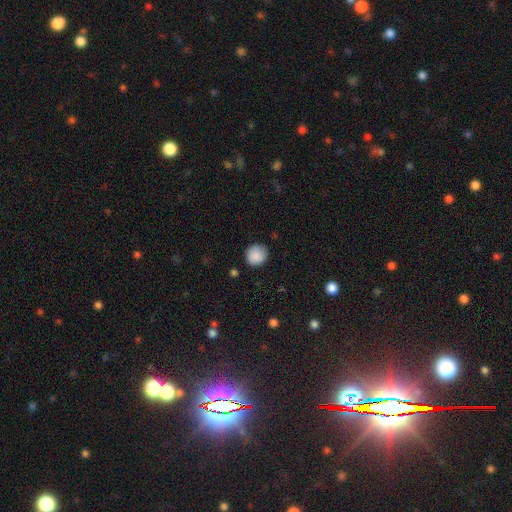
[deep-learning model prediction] The model was most divided on "merging": none: 84%, minor disturbance: 12%, major disturbance: 2%, merger: 1%. More confident: how rounded — round (90%); smooth or featured — smooth (88%).